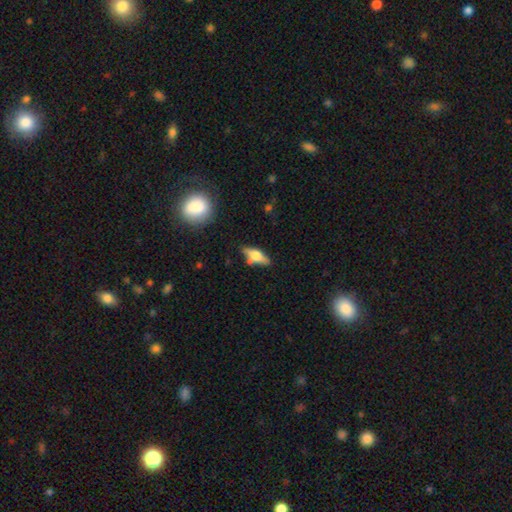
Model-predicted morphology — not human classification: The model was most divided on "smooth or featured" (2-way tie): smooth: 46%, featured or disk: 46%, star or artifact: 7%. More confident: merging — none (74%).